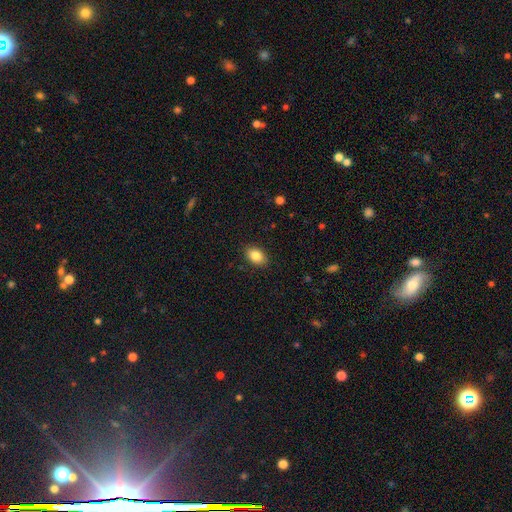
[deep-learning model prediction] Smooth or featured: smooth — 85% (star or artifact — 8%)
How rounded: in between — 85% (round — 14%)
Merging: none — 88% (minor disturbance — 8%)